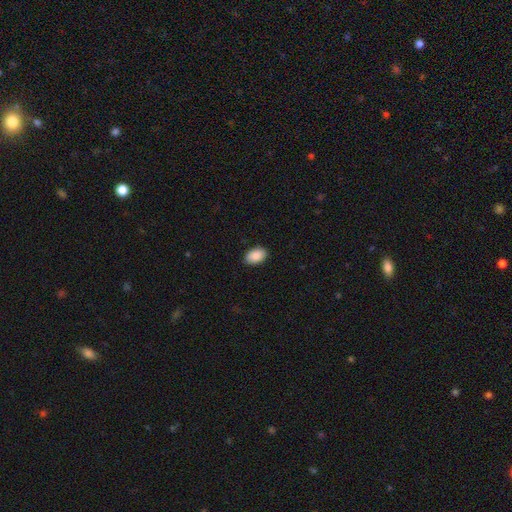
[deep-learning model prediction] A smooth galaxy with no disk features (90%) that is in between round and cigar-shaped (91%). Merging: none (90%).